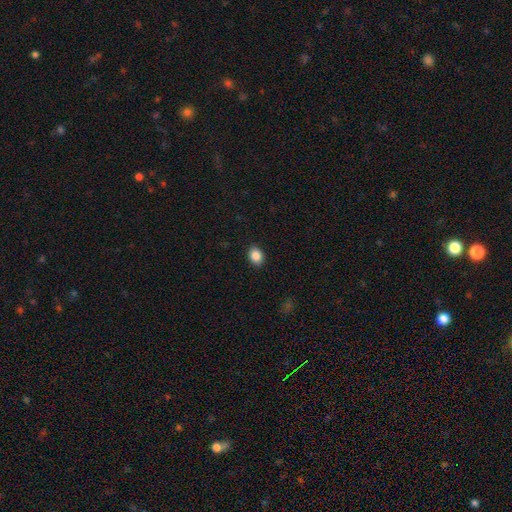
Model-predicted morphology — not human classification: This appears to be a smooth galaxy with no disk features (87%) that is in between round and cigar-shaped (62%). Merging: none (91%).